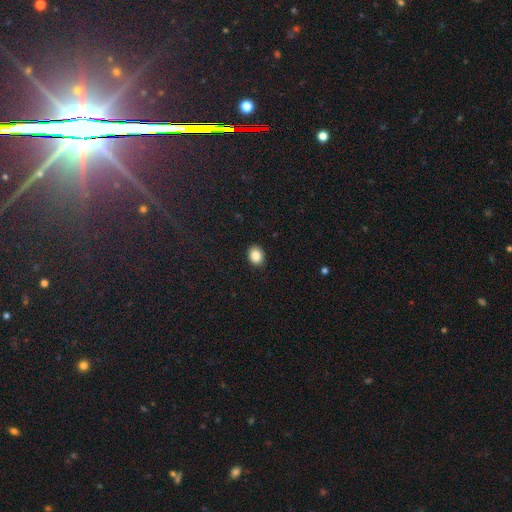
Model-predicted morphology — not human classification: The model was most divided on "how rounded": in between: 58%, round: 41%, cigar-shaped: 1%. More confident: merging — none (90%); smooth or featured — smooth (86%).